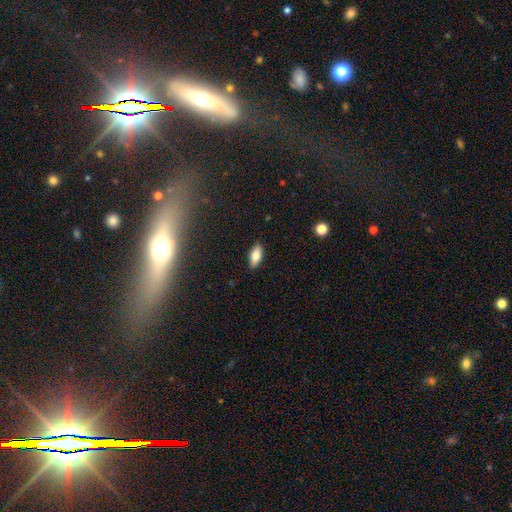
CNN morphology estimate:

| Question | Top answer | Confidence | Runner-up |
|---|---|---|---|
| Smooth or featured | smooth | 76% | featured or disk (17%) |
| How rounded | in between | 80% | cigar-shaped (17%) |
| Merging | none | 89% | minor disturbance (9%) |